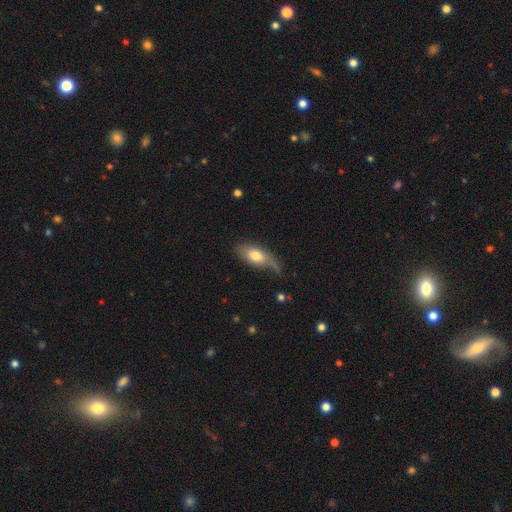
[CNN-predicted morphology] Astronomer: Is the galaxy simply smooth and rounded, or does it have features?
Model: smooth — 69%.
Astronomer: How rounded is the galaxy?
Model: in between — 86%.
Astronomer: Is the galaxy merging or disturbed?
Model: none — 48% (runner-up: minor disturbance, 31%).